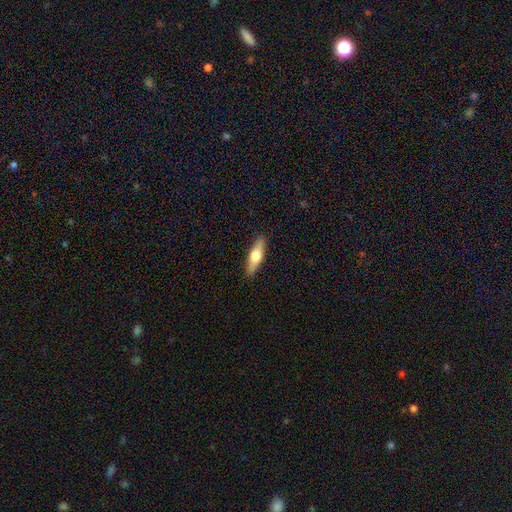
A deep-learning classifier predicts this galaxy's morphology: Smooth or featured? smooth (50%)
Merging? none (90%)